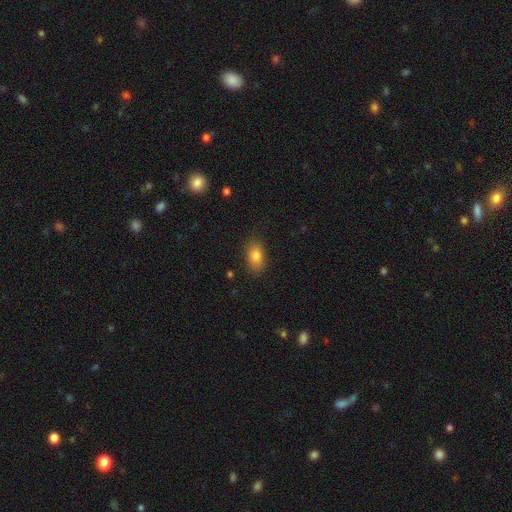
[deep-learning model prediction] smooth 83%, star or artifact 9%, featured or disk 8%. Down the decision tree: how rounded — in between (88%); merging — none (83%).